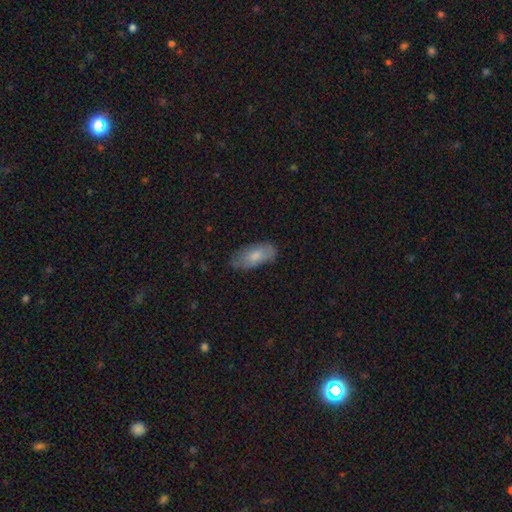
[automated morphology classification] A smooth galaxy with no disk features (73%) that is in between round and cigar-shaped (91%). Merging: none (72%).